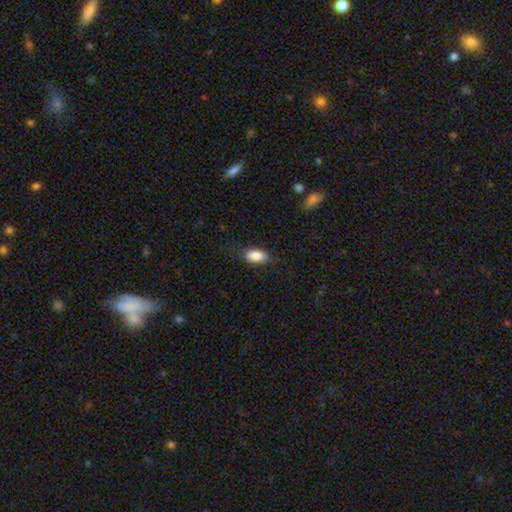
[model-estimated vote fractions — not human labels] Smooth or featured?
  - smooth: 86% *
  - featured or disk: 7%
  - star or artifact: 7%
How rounded?
  - in between: 89% *
  - cigar-shaped: 7%
  - round: 4%
Merging?
  - none: 79% *
  - minor disturbance: 16%
  - major disturbance: 4%
  - merger: 1%